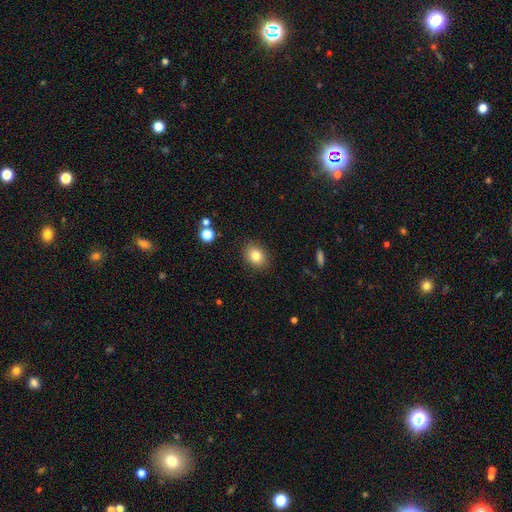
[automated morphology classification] A smooth galaxy with no disk features (83%) that is in between round and cigar-shaped (61%). Merging: none (87%).